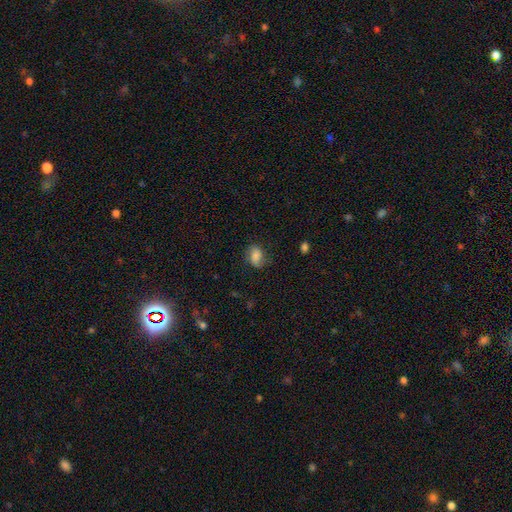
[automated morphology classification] Smooth or featured?
  - smooth: 77% *
  - featured or disk: 14%
  - star or artifact: 9%
How rounded?
  - in between: 78% *
  - round: 20%
  - cigar-shaped: 2%
Merging?
  - none: 70% *
  - minor disturbance: 21%
  - major disturbance: 7%
  - merger: 1%